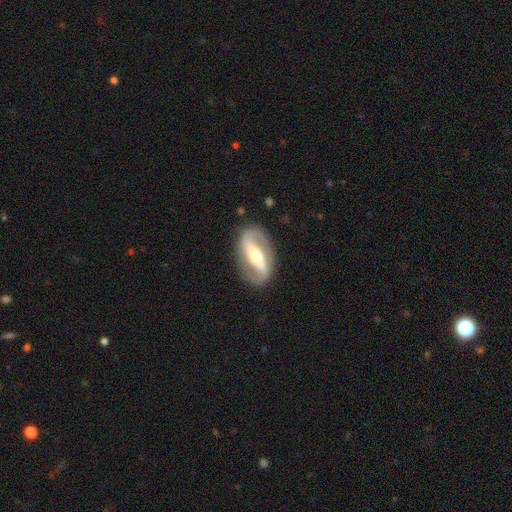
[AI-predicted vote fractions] Q: Smooth or featured?
A: featured or disk (84%); runner-up: smooth (11%)
Q: Edge-on disk?
A: no (93%); runner-up: yes (7%)
Q: Bar?
A: strong (67%); runner-up: weak (21%)
Q: Spiral arms?
A: yes (85%); runner-up: no (15%)
Q: Spiral winding?
A: medium (42%); runner-up: loose (35%)
Q: Spiral arm count?
A: 2 (91%); runner-up: can't tell (4%)
Q: Bulge size?
A: moderate (60%); runner-up: small (30%)
Q: Merging?
A: none (85%); runner-up: minor disturbance (10%)